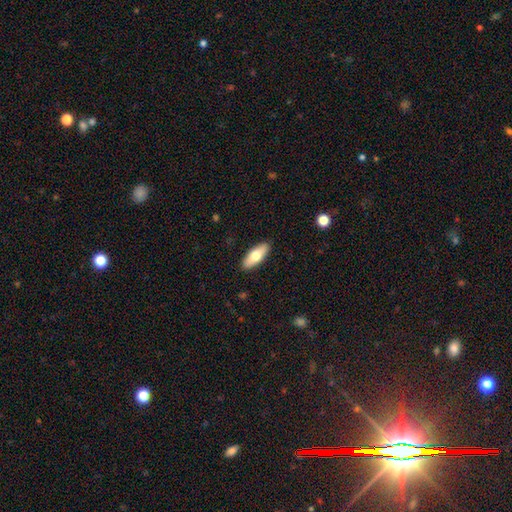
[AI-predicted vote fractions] This appears to be a smooth galaxy with no disk features (69%) that is in between round and cigar-shaped (73%). Merging: none (90%).